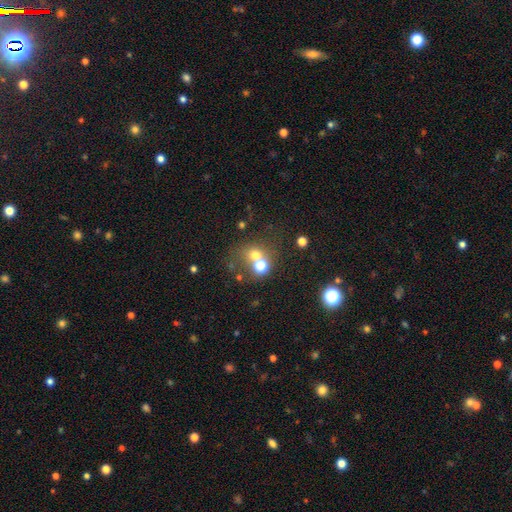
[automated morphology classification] Q: Smooth or featured?
A: smooth (64%); runner-up: star or artifact (21%)
Q: How rounded?
A: round (78%); runner-up: in between (21%)
Q: Merging?
A: none (47%); runner-up: merger (39%)